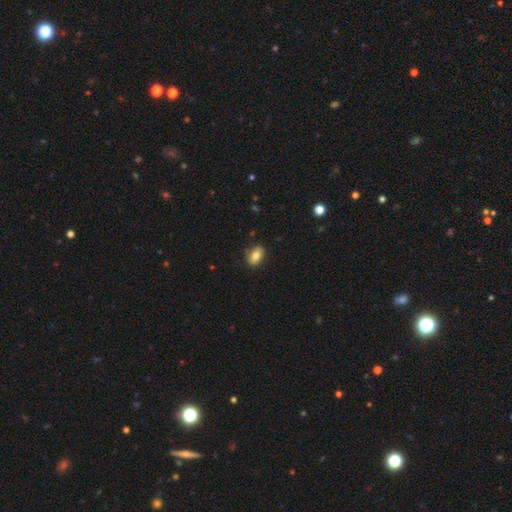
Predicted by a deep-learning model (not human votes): Morphology: type=smooth (78%); roundness=in between (79%); merging=none (84%).